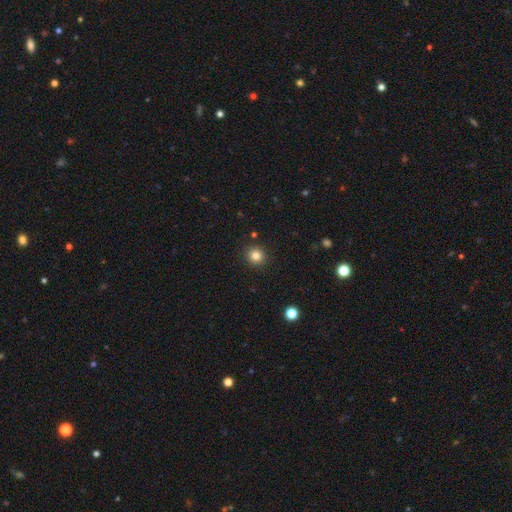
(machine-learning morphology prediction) This is clearly a smooth galaxy (82%). How rounded: clearly round (92%). Merging: clearly none (91%).